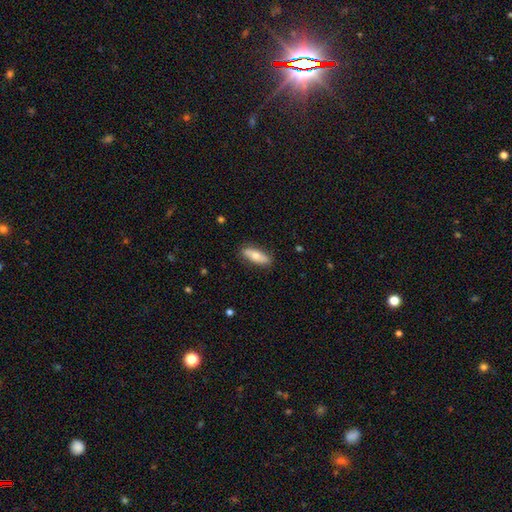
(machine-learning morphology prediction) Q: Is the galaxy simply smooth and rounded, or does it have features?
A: smooth — 67%.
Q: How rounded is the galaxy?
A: in between — 60%.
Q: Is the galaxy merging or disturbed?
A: none — 86%.